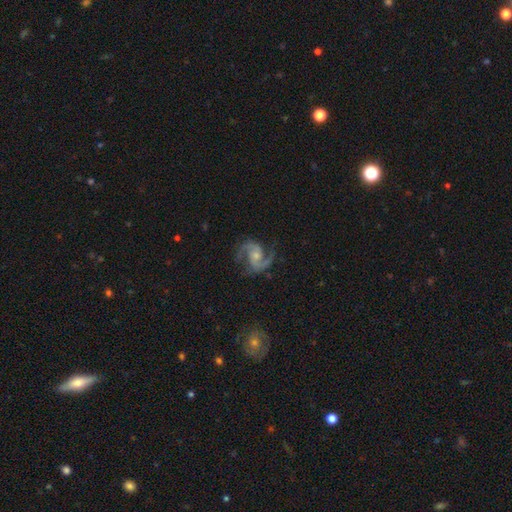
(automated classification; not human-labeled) Q: Smooth or featured?
A: featured or disk (92%); runner-up: star or artifact (5%)
Q: Edge-on disk?
A: no (98%); runner-up: yes (2%)
Q: Bar?
A: no (58%); runner-up: weak (35%)
Q: Spiral arms?
A: yes (98%); runner-up: no (2%)
Q: Spiral winding?
A: medium (63%); runner-up: loose (20%)
Q: Spiral arm count?
A: 2 (93%); runner-up: 3 (2%)
Q: Bulge size?
A: small (44%); runner-up: moderate (42%)
Q: Merging?
A: none (76%); runner-up: minor disturbance (15%)